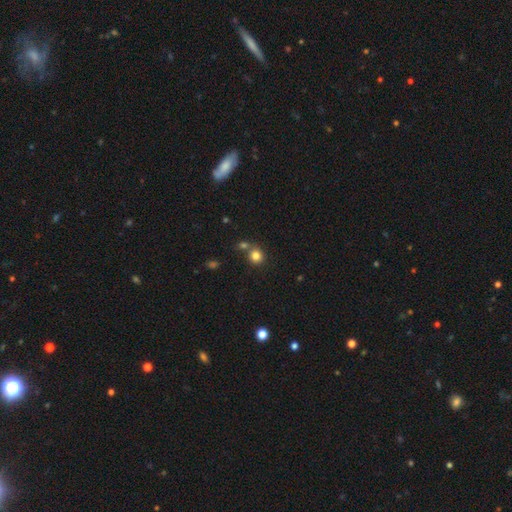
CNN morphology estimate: This appears to be a smooth galaxy with no disk features (81%) that is round (87%). Merging: none (62%).